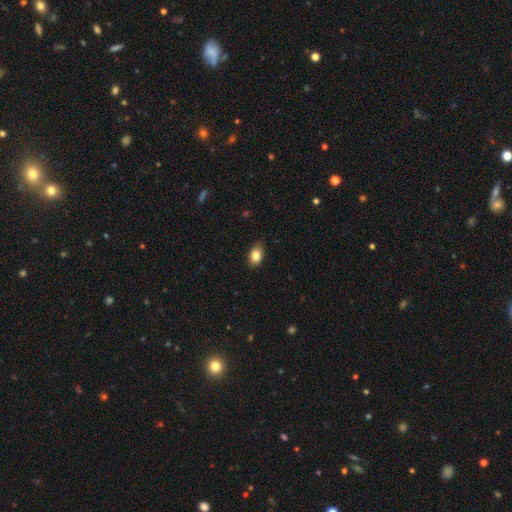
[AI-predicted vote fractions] This is clearly a smooth galaxy (83%). How rounded: likely in between (76%). Merging: clearly none (83%).